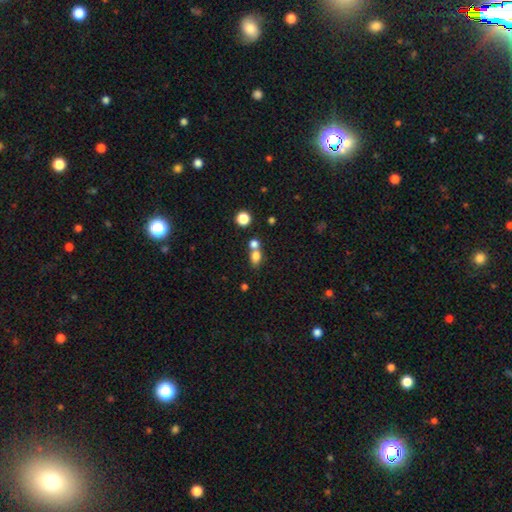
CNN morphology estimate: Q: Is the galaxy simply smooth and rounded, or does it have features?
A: smooth — 78%.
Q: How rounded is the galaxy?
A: in between — 67%.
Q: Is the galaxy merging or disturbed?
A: none — 44%.